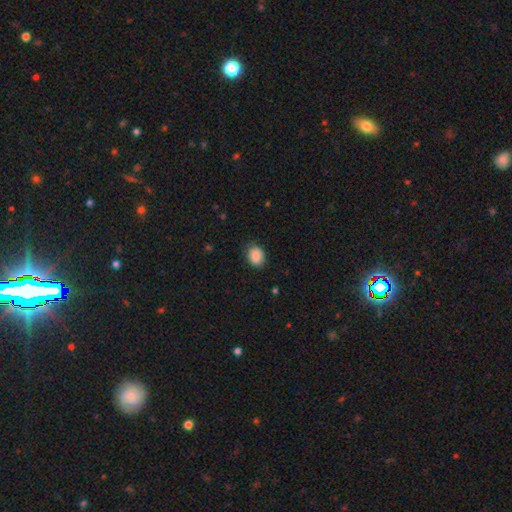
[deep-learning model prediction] Overall: smooth (88%). How rounded: in between (62%; round 37%). Merging: none (83%).